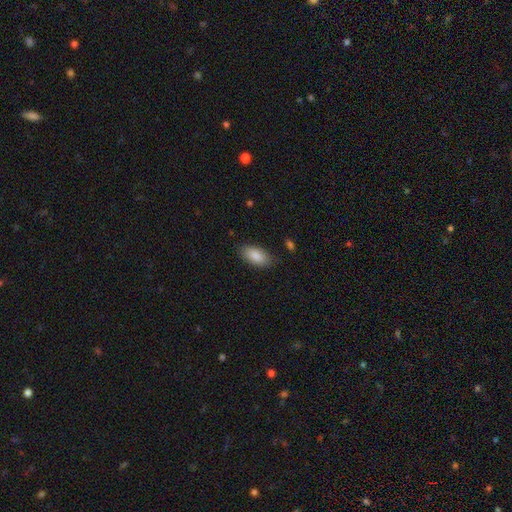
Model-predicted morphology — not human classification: Smooth or featured? Predicted: smooth (p=0.87). How rounded? Predicted: in between (p=0.92). Merging? Predicted: none (p=0.83).